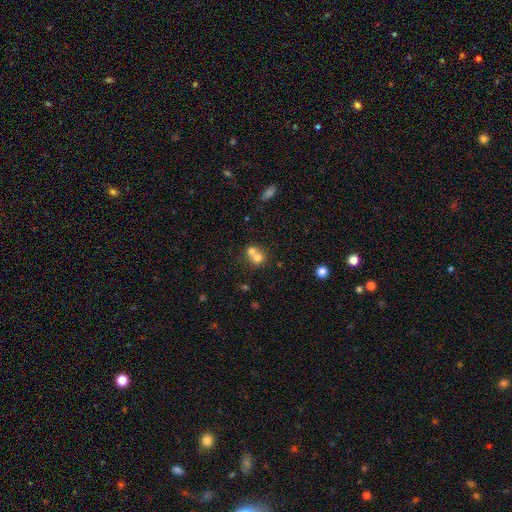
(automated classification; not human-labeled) Smooth or featured: smooth — 70% (featured or disk — 18%)
How rounded: round — 80% (in between — 19%)
Merging: merger — 61% (none — 31%)